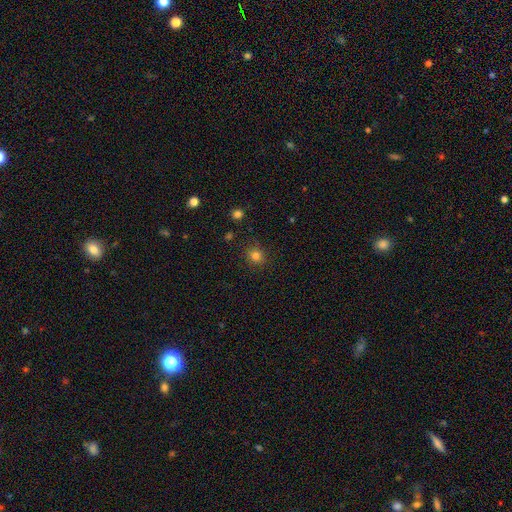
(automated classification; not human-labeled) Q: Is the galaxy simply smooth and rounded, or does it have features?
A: smooth — 81%.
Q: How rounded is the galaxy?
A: round — 87%.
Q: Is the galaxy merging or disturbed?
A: none — 86%.